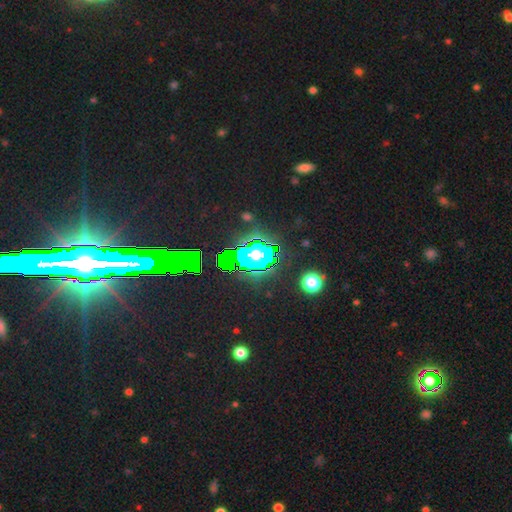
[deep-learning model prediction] This is clearly a star or artifact rather than a galaxy (80%).